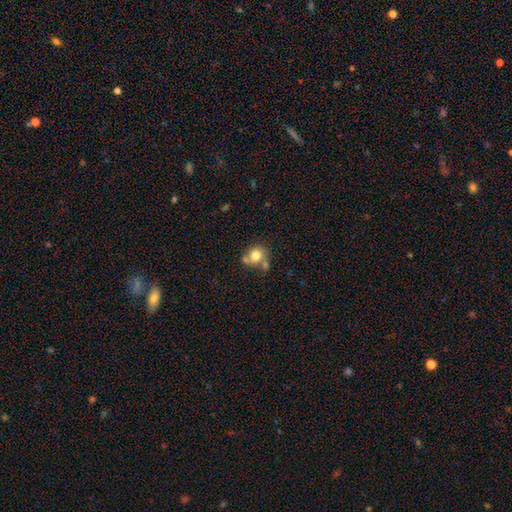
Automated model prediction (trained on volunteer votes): Smooth or featured?
  - smooth: 77% *
  - featured or disk: 13%
  - star or artifact: 10%
How rounded?
  - round: 75% *
  - in between: 24%
  - cigar-shaped: 1%
Merging?
  - none: 52% *
  - merger: 28%
  - minor disturbance: 14%
  - major disturbance: 5%